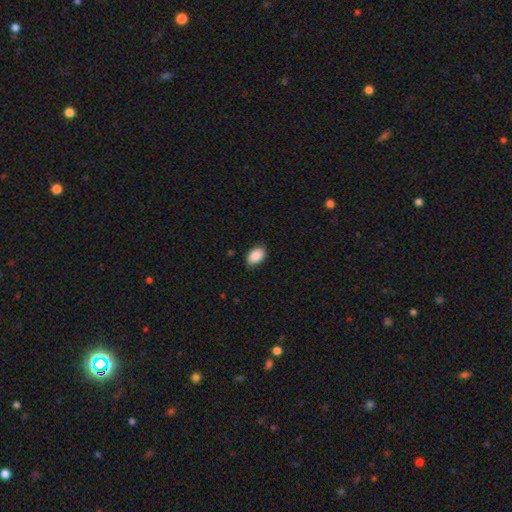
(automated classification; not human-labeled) This appears to be a smooth galaxy with no disk features (89%) that is in between round and cigar-shaped (89%). Merging: none (85%).